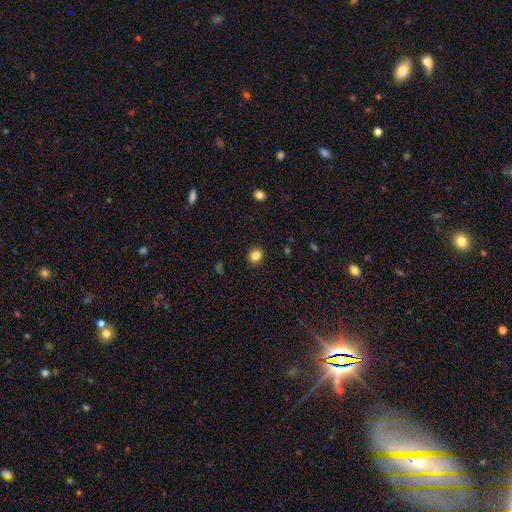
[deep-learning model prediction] smooth 84%, star or artifact 11%, featured or disk 5%. Down the decision tree: how rounded — round (75%); merging — none (89%).